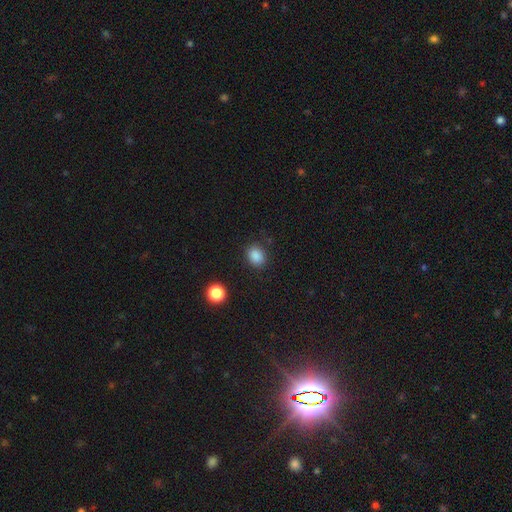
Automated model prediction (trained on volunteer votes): A smooth galaxy with no disk features (87%) that is round (50%). Merging: none (85%).